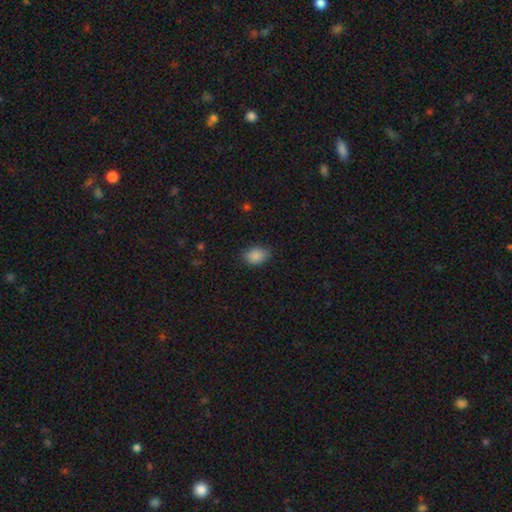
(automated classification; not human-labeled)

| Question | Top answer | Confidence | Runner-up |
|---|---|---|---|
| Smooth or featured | smooth | 87% | star or artifact (8%) |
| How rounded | in between | 82% | round (17%) |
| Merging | none | 81% | minor disturbance (15%) |